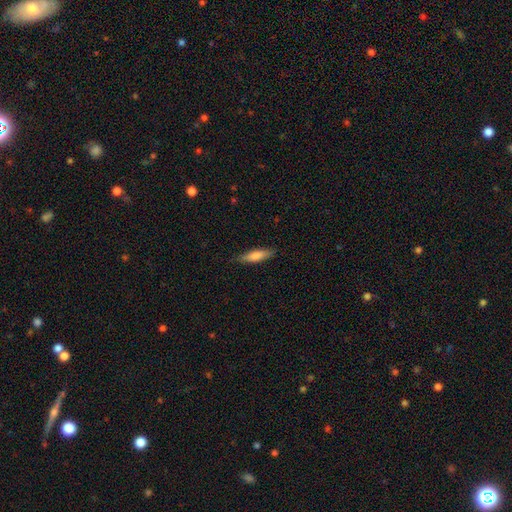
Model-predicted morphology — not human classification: smooth 74%, featured or disk 20%, star or artifact 6%. Down the decision tree: how rounded — cigar-shaped (69%); merging — none (84%).